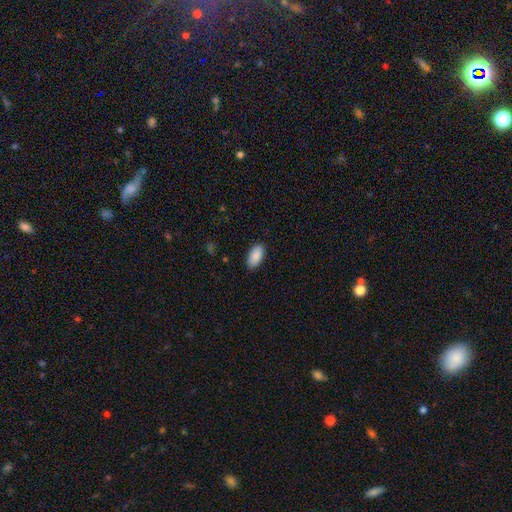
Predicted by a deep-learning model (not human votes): The model was most divided on "merging": none: 88%, minor disturbance: 9%, major disturbance: 2%, merger: 1%. More confident: how rounded — in between (95%); smooth or featured — smooth (90%).